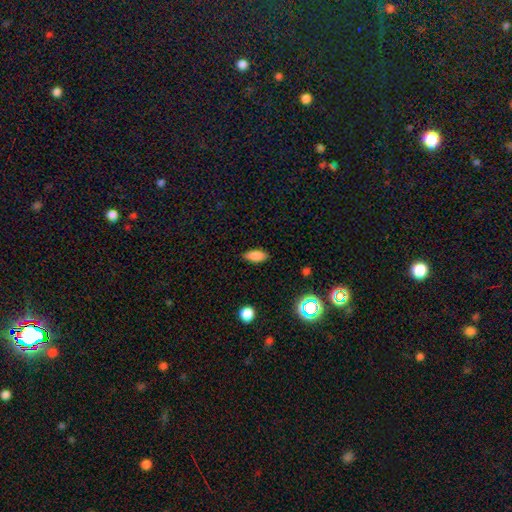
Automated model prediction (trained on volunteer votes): A smooth galaxy with no disk features (83%) that is in between round and cigar-shaped (84%). Merging: none (86%).